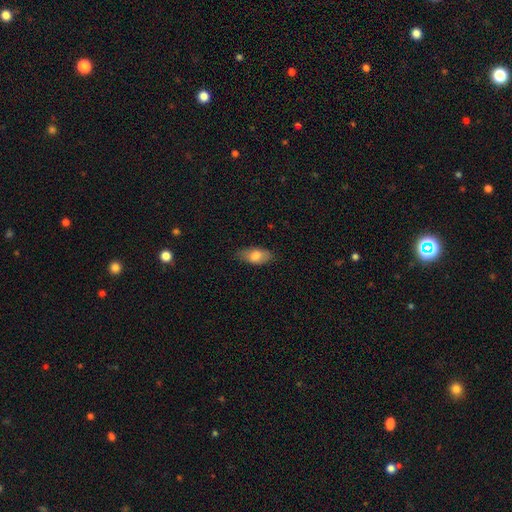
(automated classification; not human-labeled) Smooth or featured: smooth — 77% (featured or disk — 16%)
How rounded: in between — 88% (cigar-shaped — 8%)
Merging: none — 80% (minor disturbance — 16%)